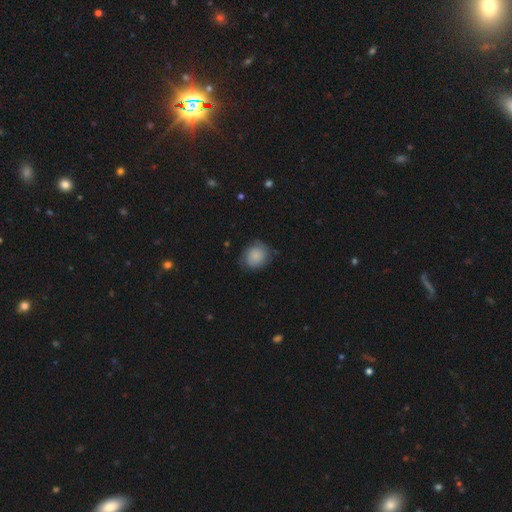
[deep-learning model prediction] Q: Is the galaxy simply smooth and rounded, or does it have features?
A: smooth — 75%.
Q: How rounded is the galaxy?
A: round — 73%.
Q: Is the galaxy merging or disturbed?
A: none — 69%.